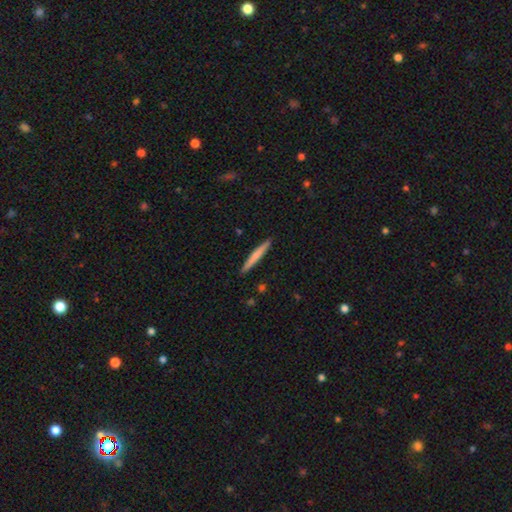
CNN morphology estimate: smooth 64%, featured or disk 30%, star or artifact 5%. Down the decision tree: how rounded — cigar-shaped (96%); merging — none (91%).